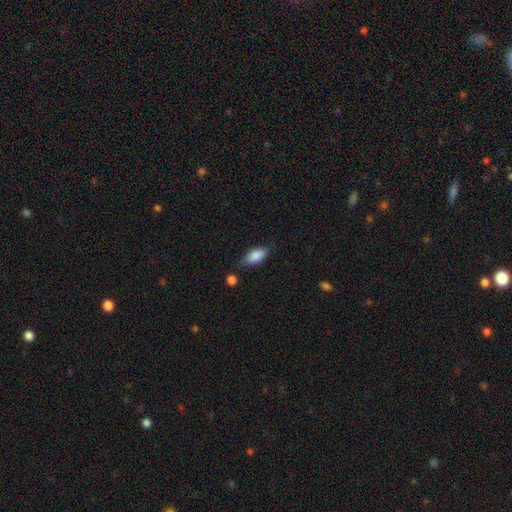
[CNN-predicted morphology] This is likely a smooth galaxy (79%). How rounded: clearly in between (81%). Merging: likely none (64%).